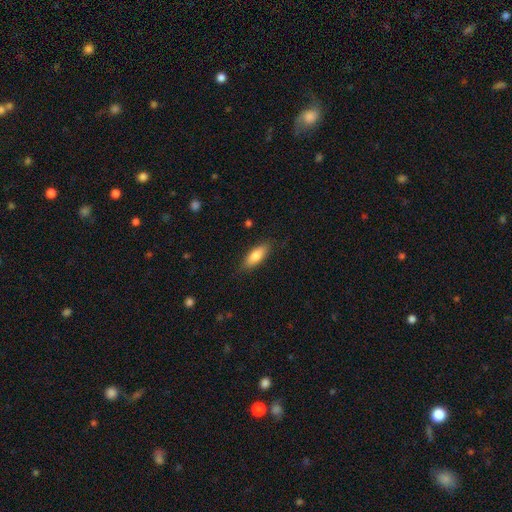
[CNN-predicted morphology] Smooth or featured: smooth — 81% (featured or disk — 13%)
How rounded: in between — 72% (cigar-shaped — 26%)
Merging: none — 84% (minor disturbance — 12%)